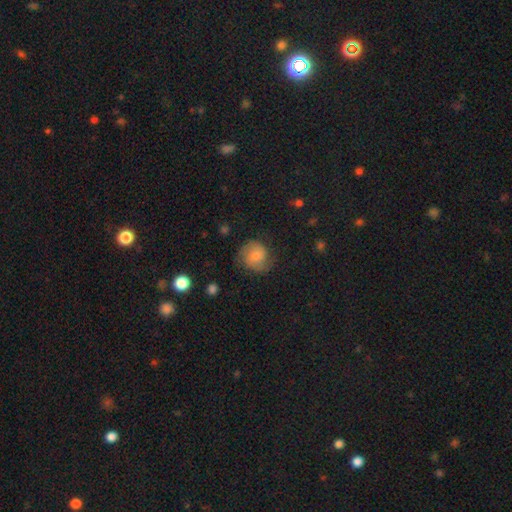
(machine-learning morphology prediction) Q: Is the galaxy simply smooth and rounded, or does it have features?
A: smooth — 51%.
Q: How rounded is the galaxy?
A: round — 83%.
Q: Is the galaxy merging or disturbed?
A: none — 69%.